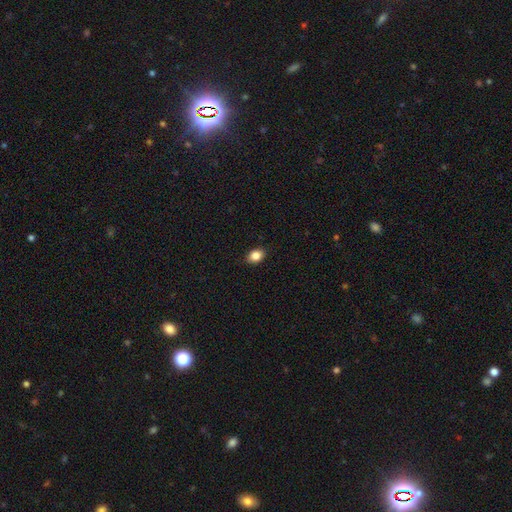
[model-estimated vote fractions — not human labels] Q: Smooth or featured?
A: smooth (86%); runner-up: star or artifact (9%)
Q: How rounded?
A: in between (70%); runner-up: round (29%)
Q: Merging?
A: none (89%); runner-up: minor disturbance (9%)